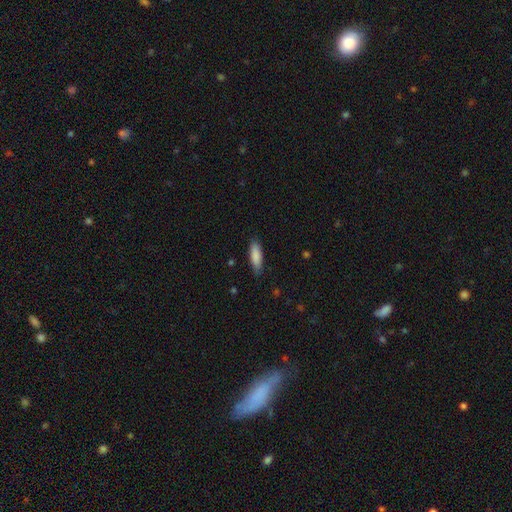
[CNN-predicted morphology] Smooth or featured? Predicted: smooth (p=0.87). How rounded? Predicted: in between (p=0.52). Merging? Predicted: none (p=0.83).